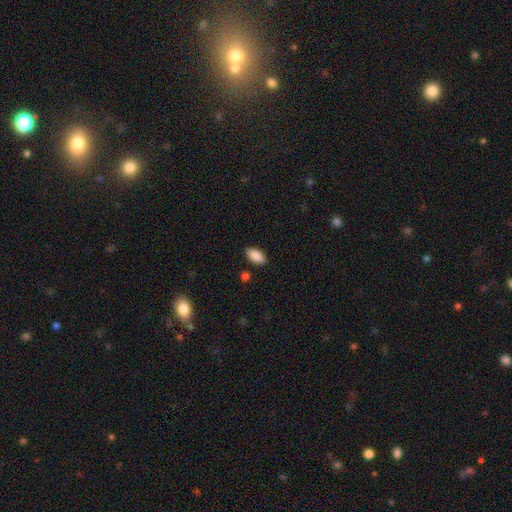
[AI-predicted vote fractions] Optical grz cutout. It shows a smooth galaxy with no disk features (89%) that is in between round and cigar-shaped (94%). Merging: none (85%).